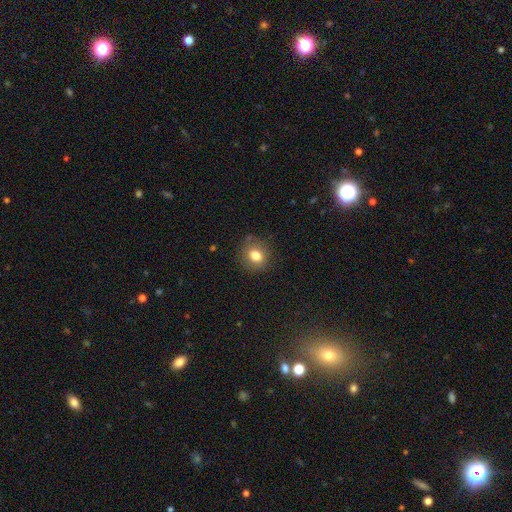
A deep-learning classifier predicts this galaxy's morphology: A smooth galaxy with no disk features (79%) that is round (74%).

Vote fractions:
- Smooth or featured? smooth: 79% / star or artifact: 11% / featured or disk: 9%
- How rounded? round: 74% / in between: 25% / cigar-shaped: 1%
- Merging? none: 84% / minor disturbance: 11% / major disturbance: 3% / merger: 2%